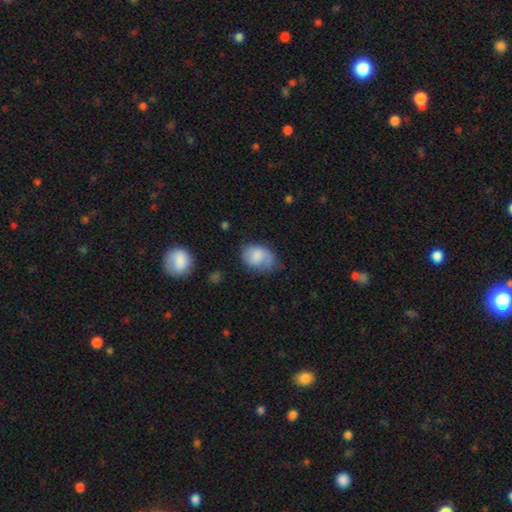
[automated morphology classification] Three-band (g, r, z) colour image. It shows a smooth galaxy with no disk features (70%) that is in between round and cigar-shaped (76%). Merging: none (48%).